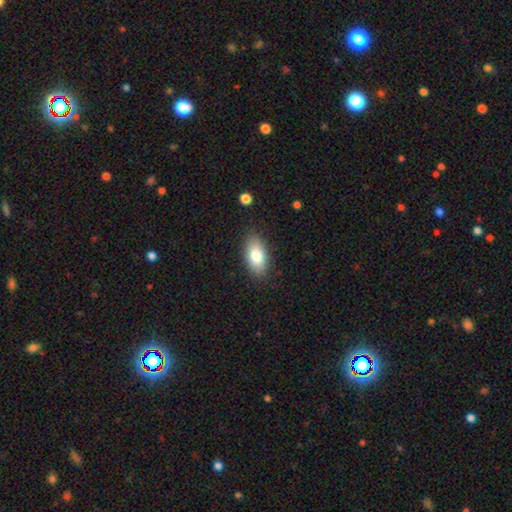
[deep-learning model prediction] smooth_or_featured: smooth (p=0.80) [alt: featured or disk p=0.13]
how_rounded: in between (p=0.90) [alt: cigar-shaped p=0.05]
merging: none (p=0.85) [alt: minor disturbance p=0.11]